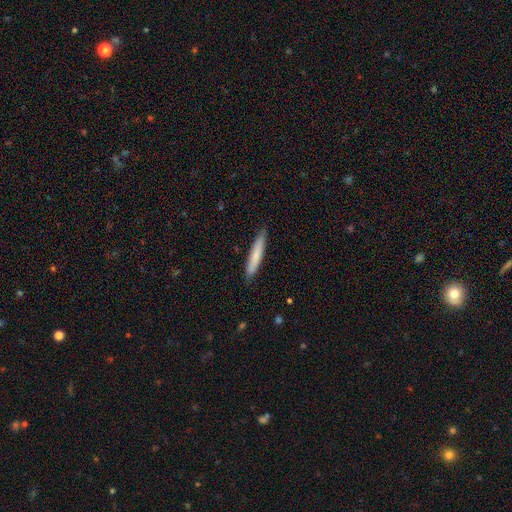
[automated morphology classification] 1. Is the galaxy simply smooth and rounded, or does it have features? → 74% smooth, 20% featured or disk, 6% star or artifact.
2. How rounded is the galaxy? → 94% cigar-shaped, 5% in between, 1% round.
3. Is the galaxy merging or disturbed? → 87% none, 10% minor disturbance, 2% major disturbance, 1% merger.